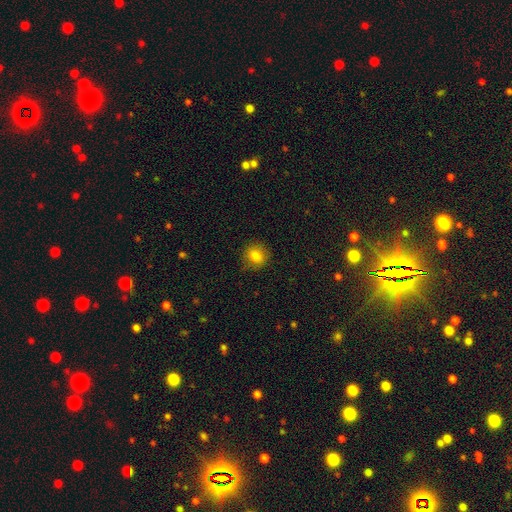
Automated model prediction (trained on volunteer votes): A smooth galaxy with no disk features (81%) that is round (79%).

Vote fractions:
- Smooth or featured? smooth: 81% / star or artifact: 11% / featured or disk: 8%
- How rounded? round: 79% / in between: 20% / cigar-shaped: 1%
- Merging? none: 83% / minor disturbance: 13% / major disturbance: 3% / merger: 1%